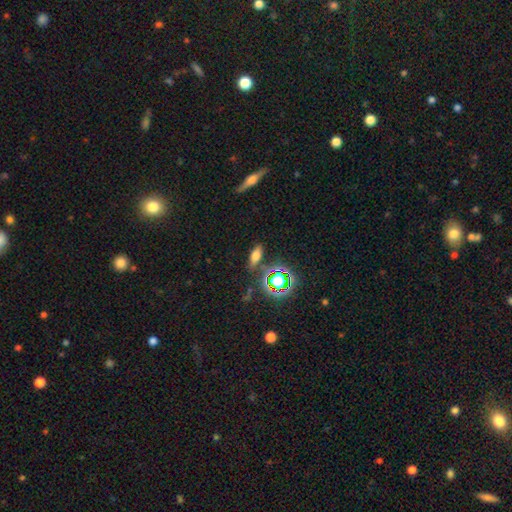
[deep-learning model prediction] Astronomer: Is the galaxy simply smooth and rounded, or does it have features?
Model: smooth — 61%.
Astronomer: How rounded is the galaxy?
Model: in between — 68%.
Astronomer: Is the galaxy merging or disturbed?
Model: none — 79%.